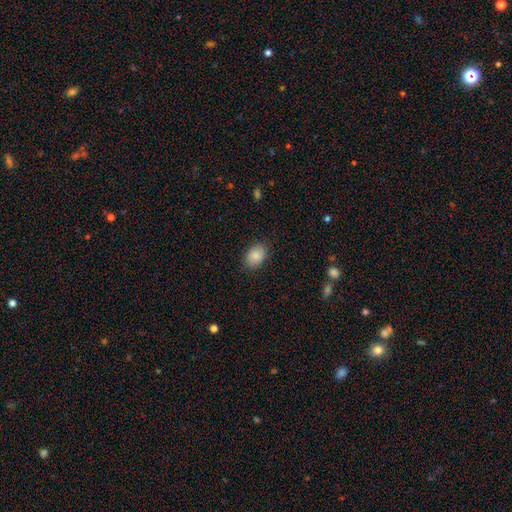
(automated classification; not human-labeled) Morphology: type=smooth (86%); roundness=in between (82%); merging=none (86%).